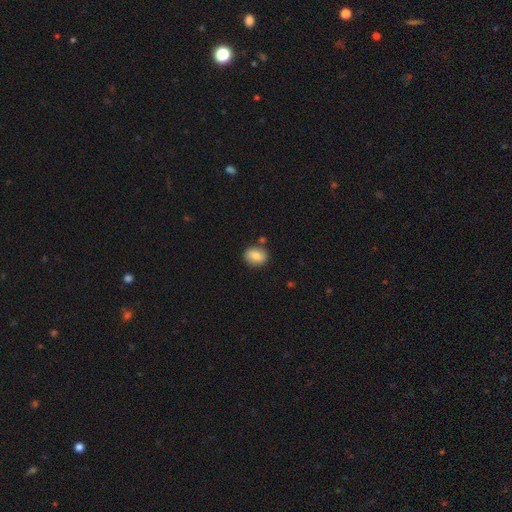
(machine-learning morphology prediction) A smooth galaxy with no disk features (84%) that is in between round and cigar-shaped (54%).

Vote fractions:
- Smooth or featured? smooth: 84% / featured or disk: 8% / star or artifact: 8%
- How rounded? in between: 54% / round: 45% / cigar-shaped: 1%
- Merging? none: 80% / minor disturbance: 11% / merger: 6% / major disturbance: 3%